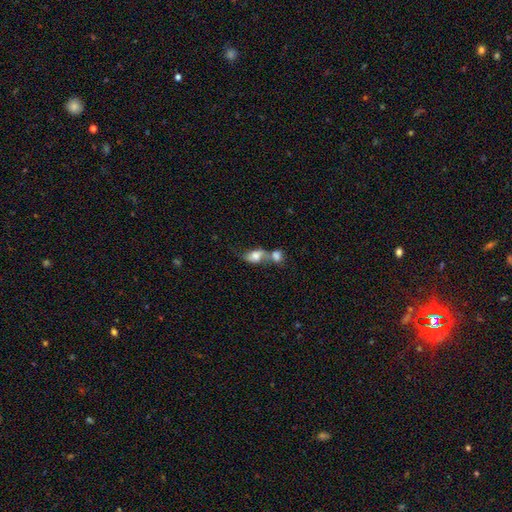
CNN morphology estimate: Smooth or featured: smooth — 63% (featured or disk — 27%)
How rounded: in between — 77% (round — 18%)
Merging: merger — 67% (none — 18%)